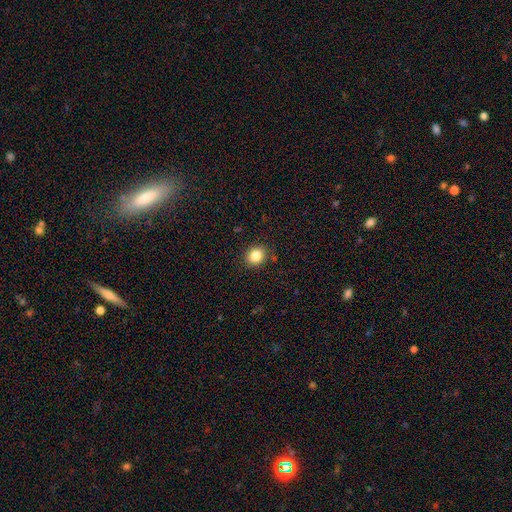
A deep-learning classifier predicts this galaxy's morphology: A smooth galaxy with no disk features (84%) that is round (74%).

Vote fractions:
- Smooth or featured? smooth: 84% / star or artifact: 11% / featured or disk: 6%
- How rounded? round: 74% / in between: 25% / cigar-shaped: 1%
- Merging? none: 89% / minor disturbance: 8% / major disturbance: 2% / merger: 1%